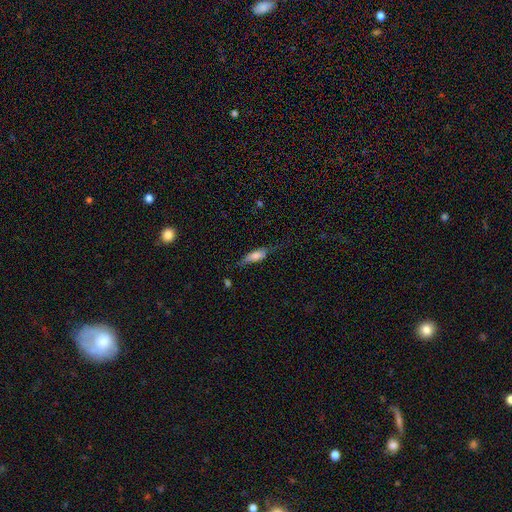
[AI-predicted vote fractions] Smooth or featured? Predicted: smooth (p=0.62). How rounded? Predicted: in between (p=0.51). Merging? Predicted: none (p=0.56).